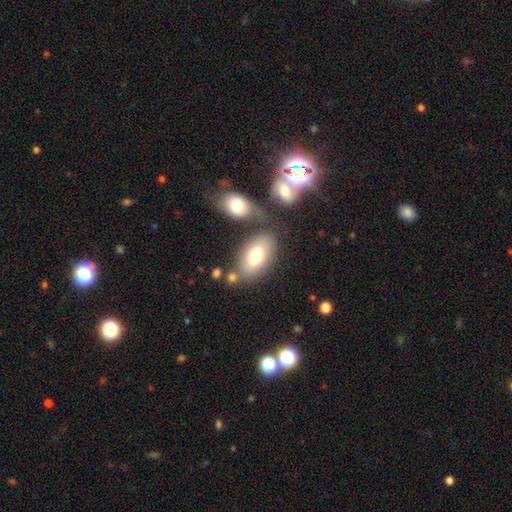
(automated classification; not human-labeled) Morphology: type=smooth (73%); roundness=in between (90%); merging=none (63%).